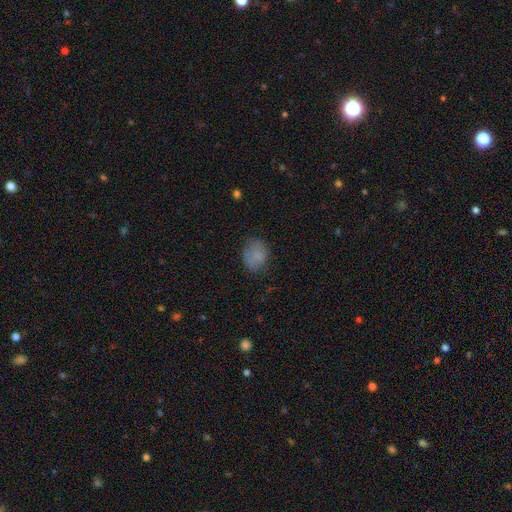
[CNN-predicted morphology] Overall: smooth (80%). How rounded: in between (50%; round 49%). Merging: none (70%).